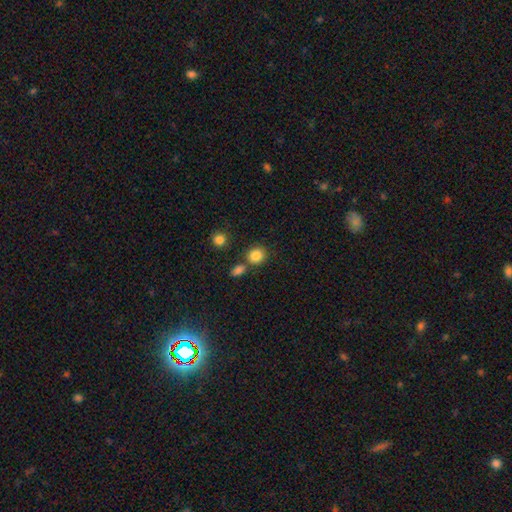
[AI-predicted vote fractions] Morphology: type=smooth (85%); roundness=round (82%); merging=none (70%).